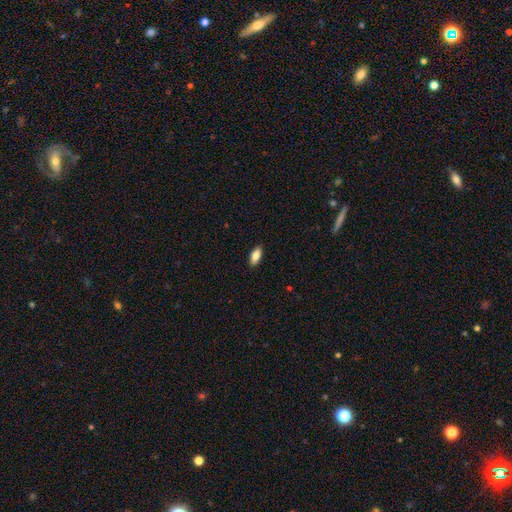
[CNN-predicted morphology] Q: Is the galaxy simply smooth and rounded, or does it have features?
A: smooth — 84%.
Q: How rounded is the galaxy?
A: in between — 88%.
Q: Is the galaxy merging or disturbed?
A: none — 89%.